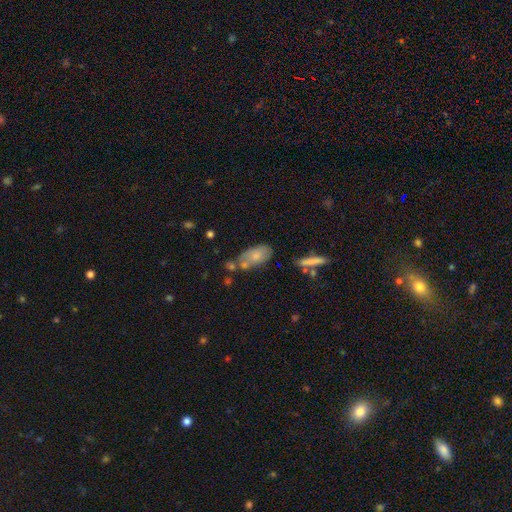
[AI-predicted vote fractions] This appears to be a smooth galaxy with no disk features (70%) that is in between round and cigar-shaped (88%). Merging: none (47%).